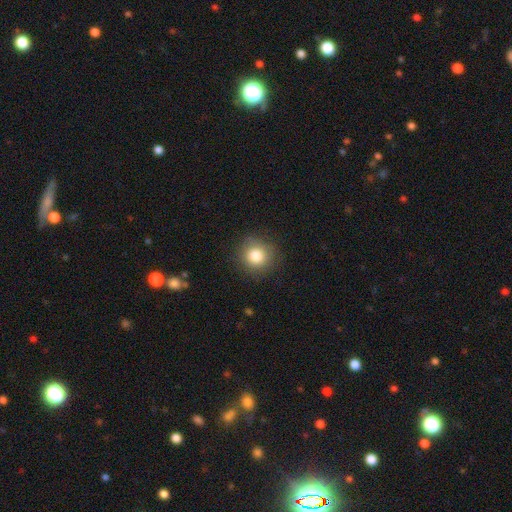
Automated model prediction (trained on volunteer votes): This is clearly a smooth galaxy (82%). How rounded: clearly round (92%). Merging: clearly none (86%).